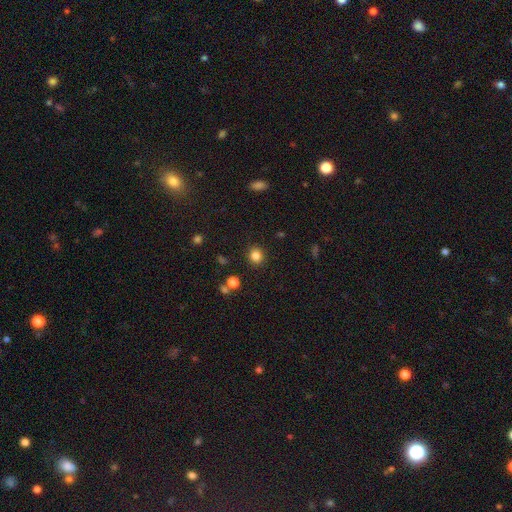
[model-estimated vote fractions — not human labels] The model was most divided on "smooth or featured": smooth: 84%, star or artifact: 12%, featured or disk: 4%. More confident: merging — none (90%); how rounded — round (87%).